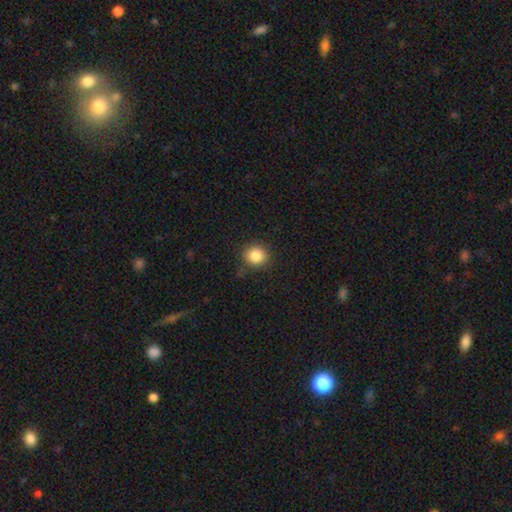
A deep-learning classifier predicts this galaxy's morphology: A smooth galaxy with no disk features (85%) that is round (87%). Merging: none (86%).